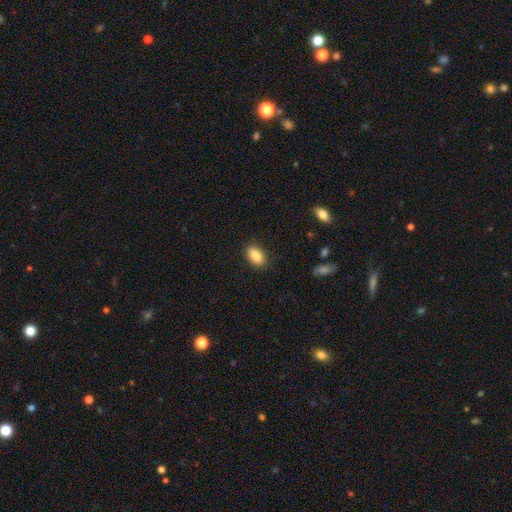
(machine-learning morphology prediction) smooth 88%, star or artifact 7%, featured or disk 5%. Down the decision tree: how rounded — in between (91%); merging — none (88%).